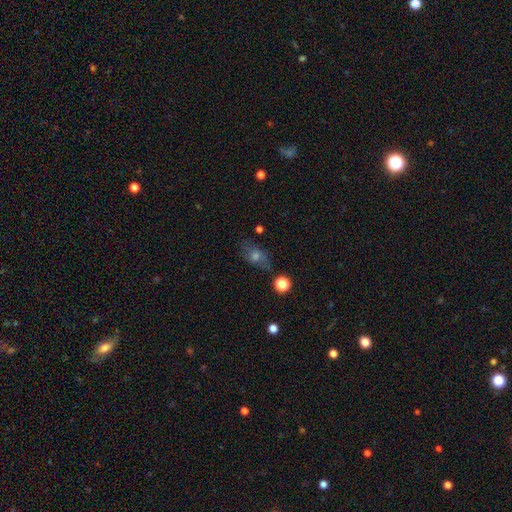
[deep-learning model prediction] Q: Smooth or featured?
A: smooth (50%); runner-up: featured or disk (28%)
Q: How rounded?
A: in between (70%); runner-up: round (25%)
Q: Merging?
A: none (70%); runner-up: minor disturbance (18%)